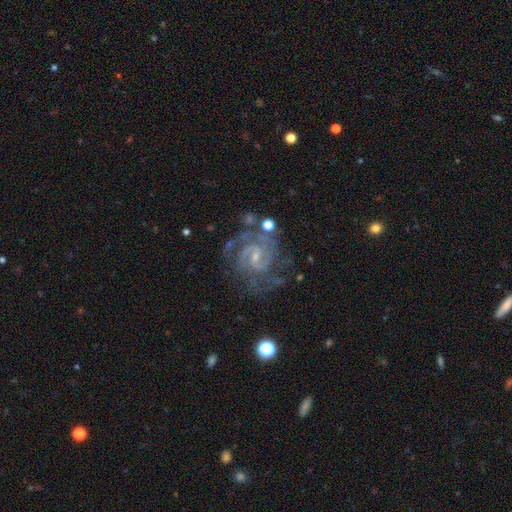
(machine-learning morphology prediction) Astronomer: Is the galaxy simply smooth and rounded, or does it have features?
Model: featured or disk — 89%.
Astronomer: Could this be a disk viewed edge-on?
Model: no — 98%.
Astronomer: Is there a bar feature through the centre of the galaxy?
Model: weak — 53%.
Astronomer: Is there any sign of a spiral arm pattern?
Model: yes — 98%.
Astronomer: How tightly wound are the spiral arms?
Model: tight — 57% (runner-up: medium, 38%).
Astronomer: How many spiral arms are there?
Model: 2 — 48%.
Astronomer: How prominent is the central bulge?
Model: small — 72%.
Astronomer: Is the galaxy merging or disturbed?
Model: none — 70%.